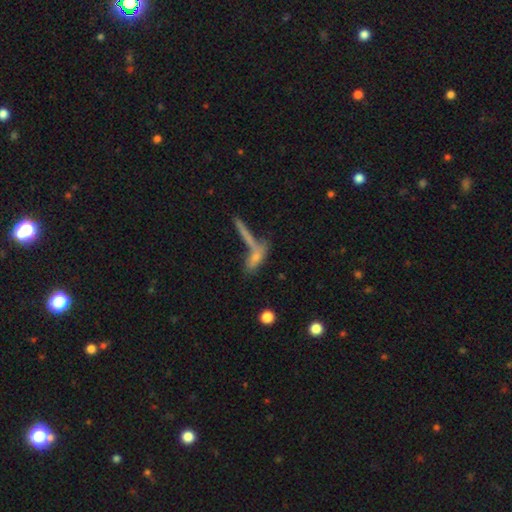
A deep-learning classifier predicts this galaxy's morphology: smooth 63%, featured or disk 27%, star or artifact 10%. Down the decision tree: how rounded — cigar-shaped (56%); merging — merger (41%).